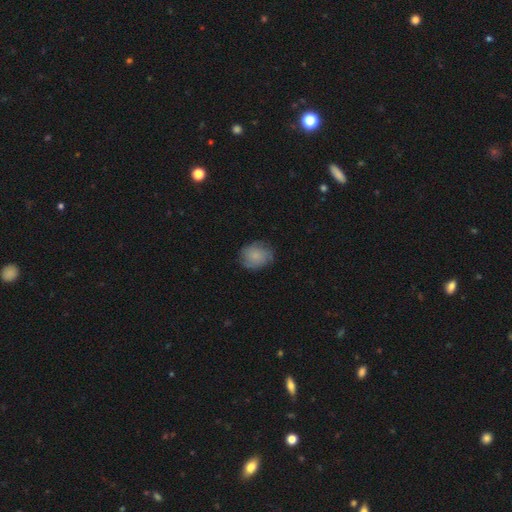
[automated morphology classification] Q: Smooth or featured?
A: smooth (72%); runner-up: featured or disk (21%)
Q: How rounded?
A: in between (50%); runner-up: round (49%)
Q: Merging?
A: none (72%); runner-up: minor disturbance (21%)